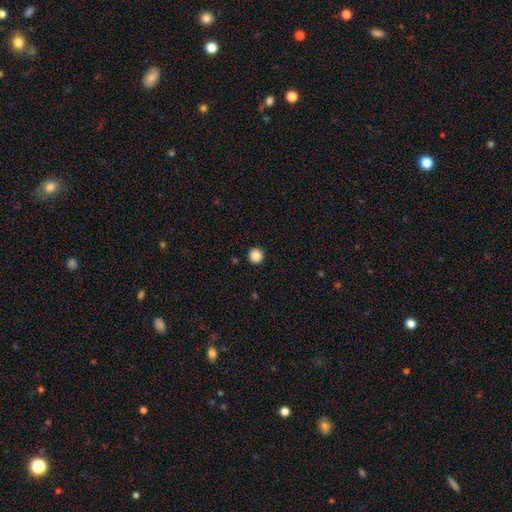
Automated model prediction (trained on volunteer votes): A smooth galaxy with no disk features (87%) that is round (96%). Merging: none (94%).